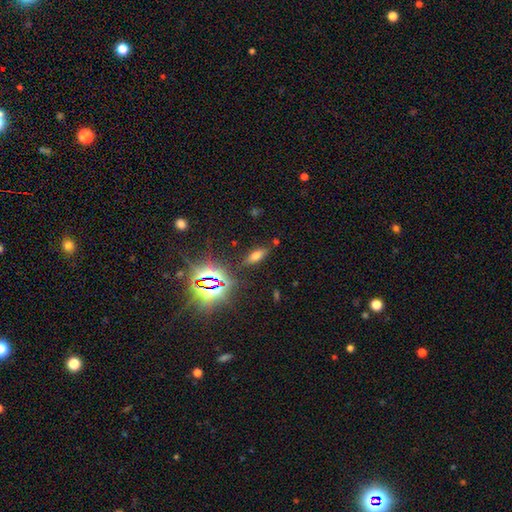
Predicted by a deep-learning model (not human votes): Smooth or featured: smooth — 53% (star or artifact — 27%)
How rounded: in between — 66% (cigar-shaped — 28%)
Merging: none — 82% (minor disturbance — 11%)